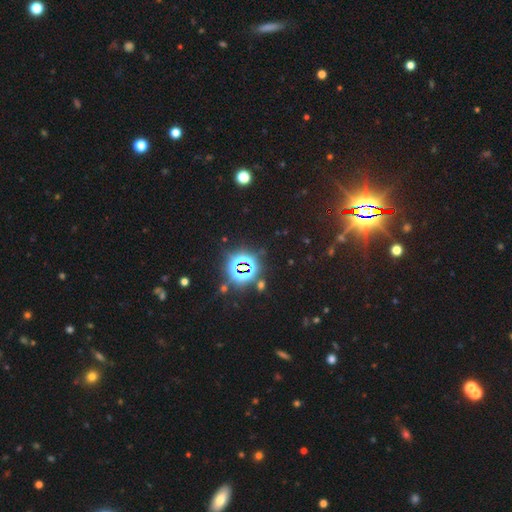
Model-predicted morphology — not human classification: smooth_or_featured: star or artifact (p=0.85) [alt: smooth p=0.08]